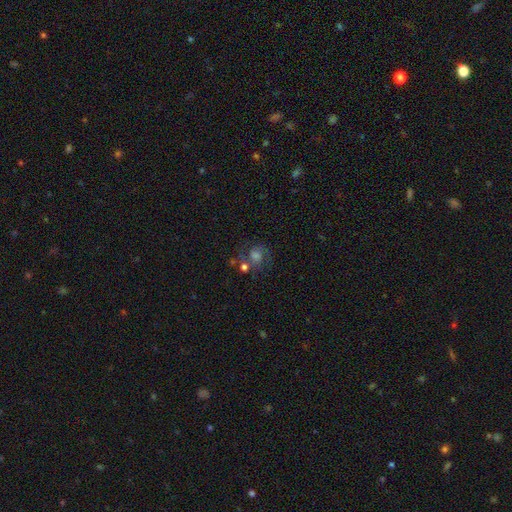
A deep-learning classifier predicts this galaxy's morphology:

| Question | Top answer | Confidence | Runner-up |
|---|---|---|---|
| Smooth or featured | featured or disk | 59% | smooth (22%) |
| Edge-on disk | no | 97% | yes (3%) |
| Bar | no | 62% | weak (31%) |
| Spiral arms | yes | 88% | no (12%) |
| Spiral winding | medium | 53% | tight (30%) |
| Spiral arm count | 2 | 83% | can't tell (8%) |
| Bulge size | moderate | 49% | small (24%) |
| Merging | none | 67% | minor disturbance (13%) |